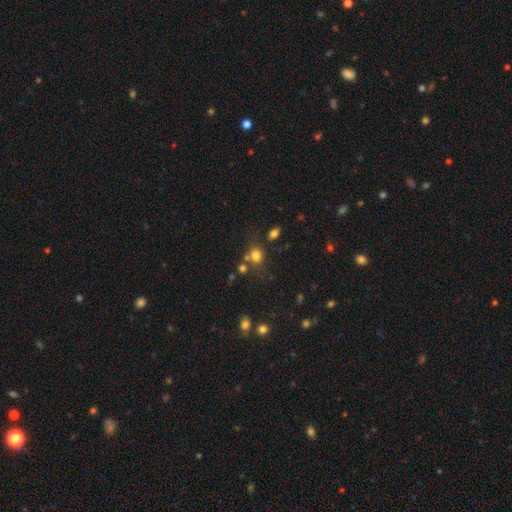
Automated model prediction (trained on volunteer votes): Q: Smooth or featured?
A: smooth (74%); runner-up: star or artifact (17%)
Q: How rounded?
A: round (71%); runner-up: in between (28%)
Q: Merging?
A: none (62%); runner-up: merger (20%)